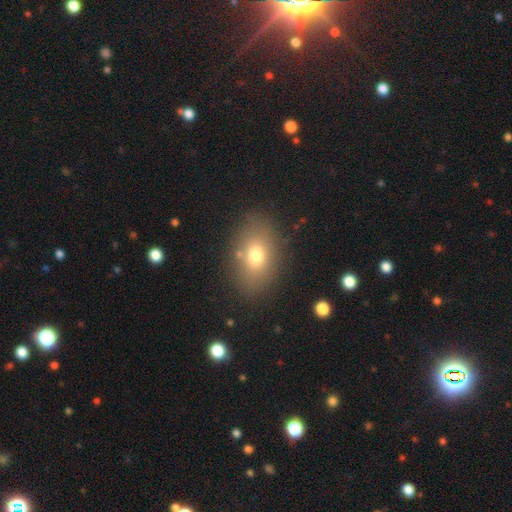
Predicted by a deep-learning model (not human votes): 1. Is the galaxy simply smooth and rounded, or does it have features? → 73% smooth, 15% featured or disk, 12% star or artifact.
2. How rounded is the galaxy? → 81% in between, 18% round, 2% cigar-shaped.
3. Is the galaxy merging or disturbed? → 83% none, 10% minor disturbance, 4% major disturbance, 3% merger.